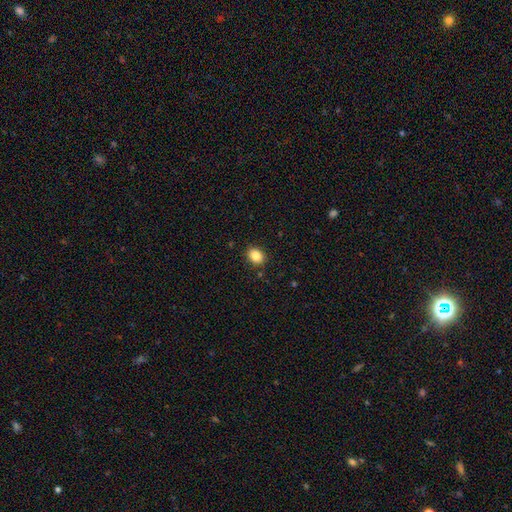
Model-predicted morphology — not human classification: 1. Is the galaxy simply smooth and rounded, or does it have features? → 85% smooth, 10% star or artifact, 5% featured or disk.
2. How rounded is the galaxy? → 53% in between, 46% round, 1% cigar-shaped.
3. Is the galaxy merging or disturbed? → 89% none, 8% minor disturbance, 2% major disturbance, 1% merger.